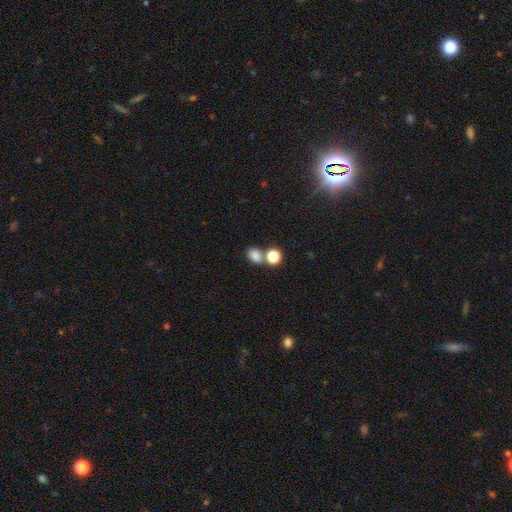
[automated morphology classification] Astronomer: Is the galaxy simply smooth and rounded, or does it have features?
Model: smooth — 81%.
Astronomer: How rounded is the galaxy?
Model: in between — 53% (runner-up: round, 45%).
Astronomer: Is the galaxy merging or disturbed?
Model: none — 48% (runner-up: merger, 39%).